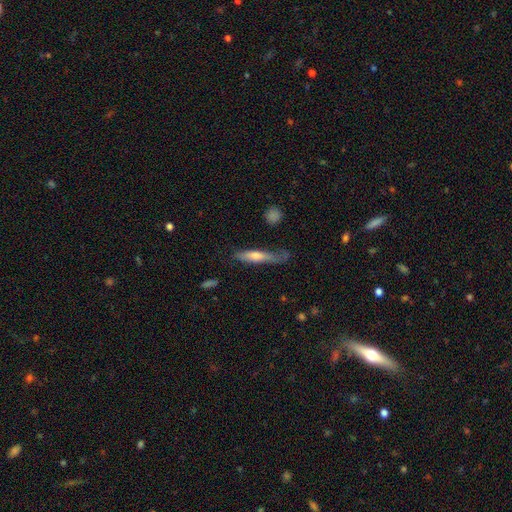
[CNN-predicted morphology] The model was most divided on "smooth or featured": smooth: 55%, featured or disk: 39%, star or artifact: 7%. More confident: how rounded — cigar-shaped (86%); merging — none (55%).